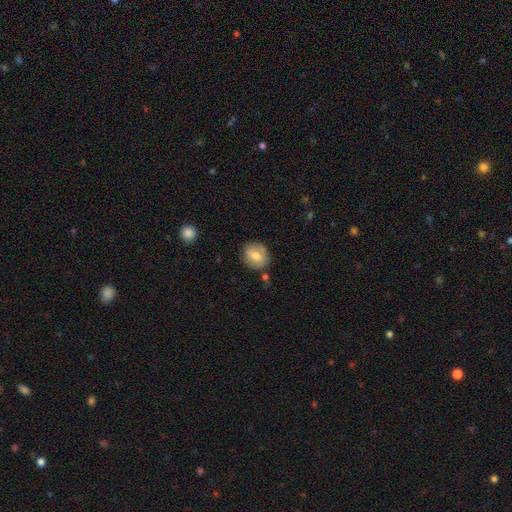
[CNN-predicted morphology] Overall: smooth (69%). How rounded: round (73%). Merging: none (76%).